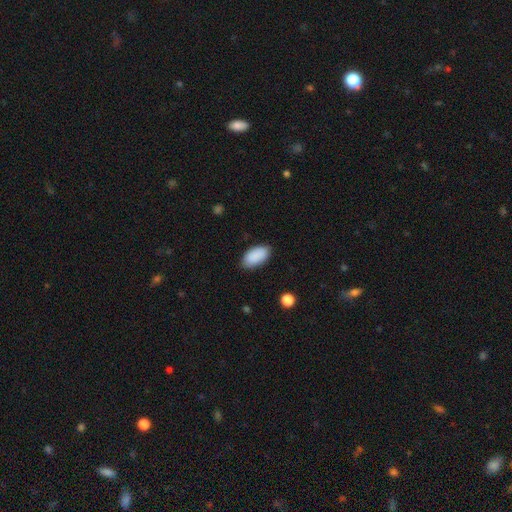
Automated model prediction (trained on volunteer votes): Smooth or featured: smooth — 90% (star or artifact — 7%)
How rounded: in between — 95% (cigar-shaped — 3%)
Merging: none — 84% (minor disturbance — 12%)